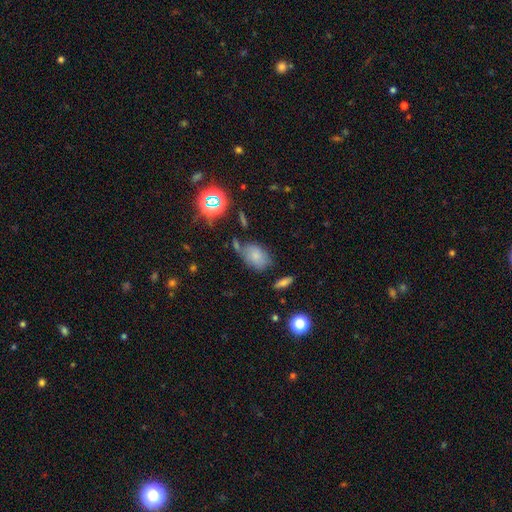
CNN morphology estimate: Smooth or featured?
  - smooth: 73% *
  - featured or disk: 14%
  - star or artifact: 13%
How rounded?
  - in between: 85% *
  - round: 14%
  - cigar-shaped: 2%
Merging?
  - none: 54% *
  - minor disturbance: 26%
  - merger: 12%
  - major disturbance: 8%